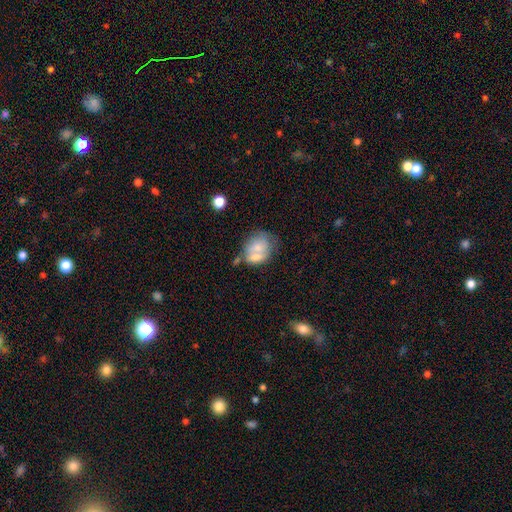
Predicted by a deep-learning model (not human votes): Smooth or featured: smooth — 58% (featured or disk — 34%)
How rounded: in between — 52% (round — 47%)
Merging: merger — 48% (none — 29%)